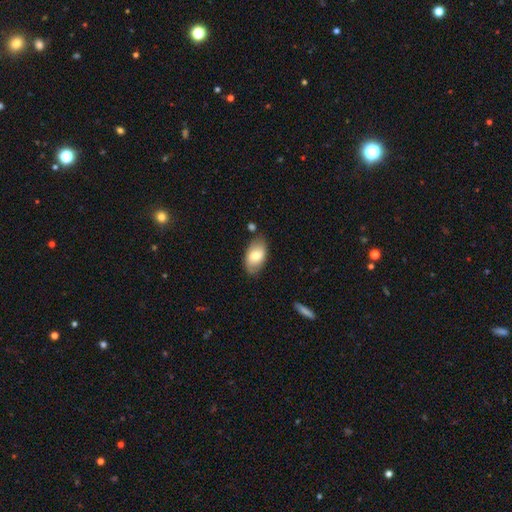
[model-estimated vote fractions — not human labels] Q: Smooth or featured?
A: smooth (67%); runner-up: featured or disk (26%)
Q: How rounded?
A: in between (92%); runner-up: round (6%)
Q: Merging?
A: none (74%); runner-up: minor disturbance (19%)